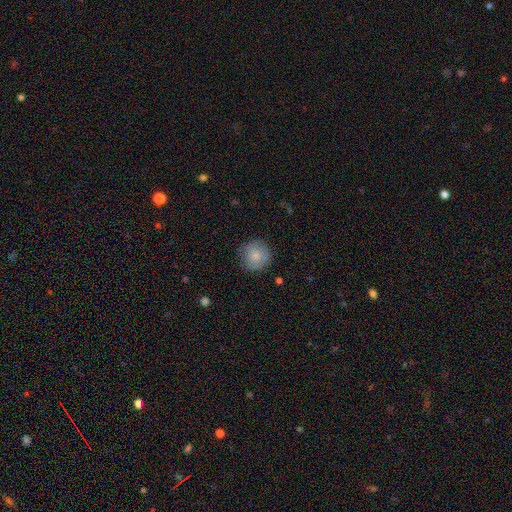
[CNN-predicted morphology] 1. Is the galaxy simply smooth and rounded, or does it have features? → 82% smooth, 10% featured or disk, 7% star or artifact.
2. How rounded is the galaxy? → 93% round, 6% in between, 1% cigar-shaped.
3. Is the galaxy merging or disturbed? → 80% none, 15% minor disturbance, 3% major disturbance, 1% merger.